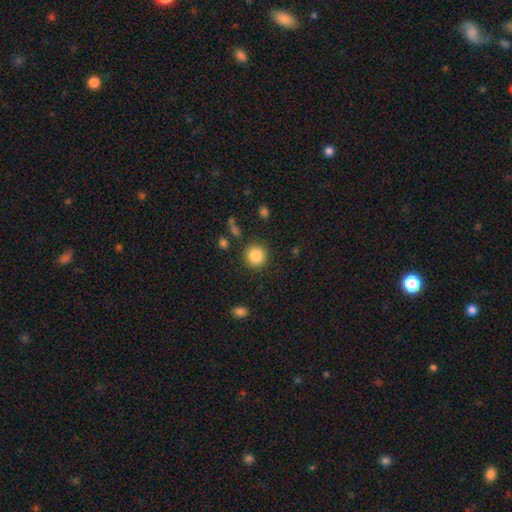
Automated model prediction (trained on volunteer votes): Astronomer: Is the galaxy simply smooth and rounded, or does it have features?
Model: smooth — 86%.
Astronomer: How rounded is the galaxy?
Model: round — 93%.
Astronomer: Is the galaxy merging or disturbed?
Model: none — 89%.